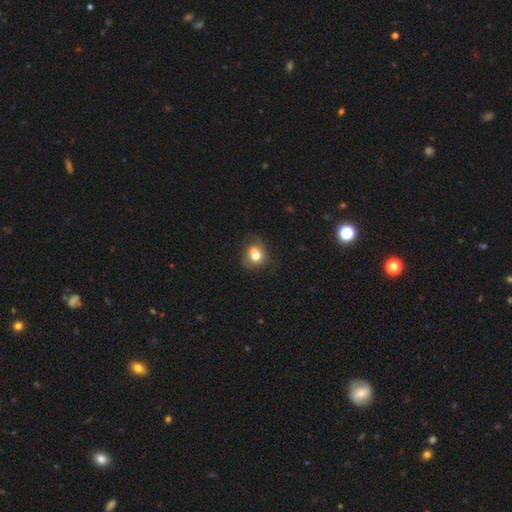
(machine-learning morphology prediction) The model was most divided on "merging": none: 54%, minor disturbance: 22%, merger: 17%, major disturbance: 7%. More confident: smooth or featured — smooth (74%); how rounded — round (72%).